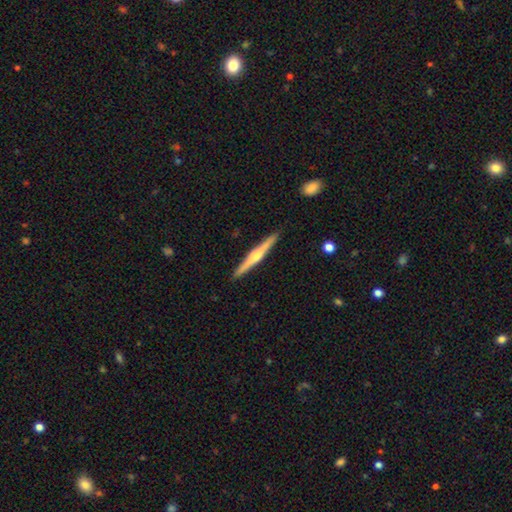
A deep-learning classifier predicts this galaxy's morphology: This appears to be a featured or disk galaxy (69%) viewed edge-on (98%) with a rounded central bulge (81%). Merging: none (92%).